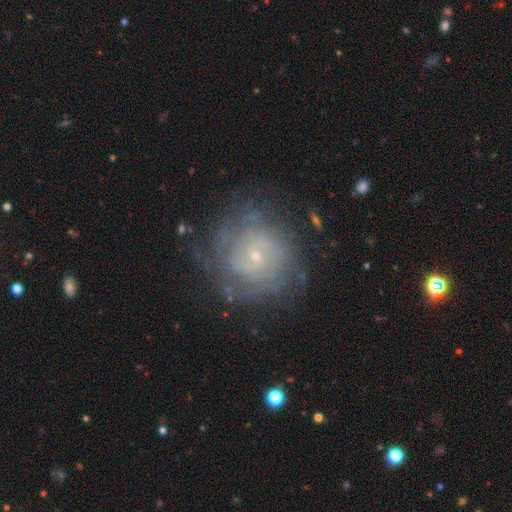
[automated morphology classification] type=featured or disk (74%); edge-on=no (97%); bar=no (72%); spiral arms=yes (85%); winding=tight (67%); arm count=can't tell (49%); bulge=small (84%); merging=none (75%).